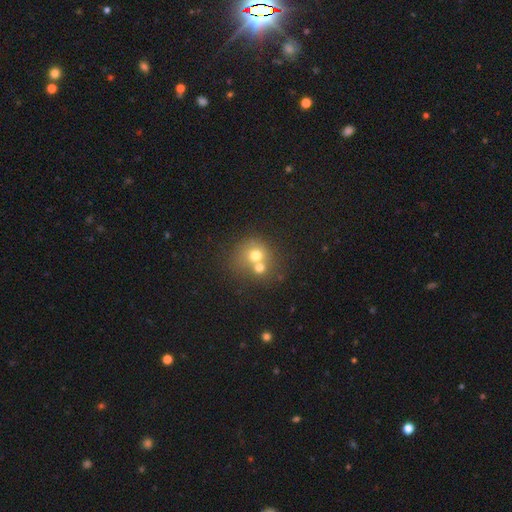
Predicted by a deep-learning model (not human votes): smooth_or_featured: smooth (p=0.67) [alt: featured or disk p=0.20]
how_rounded: round (p=0.80) [alt: in between p=0.19]
merging: merger (p=0.55) [alt: none p=0.35]